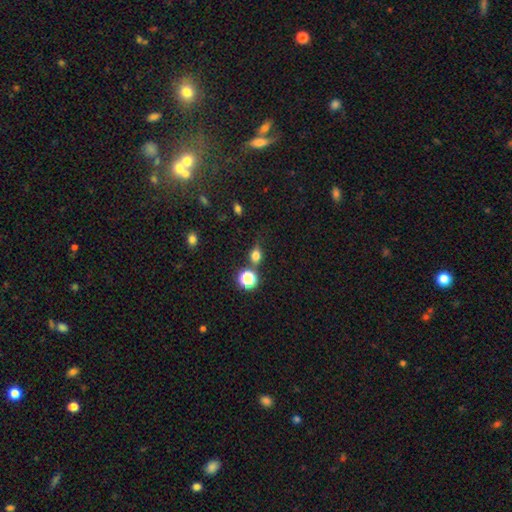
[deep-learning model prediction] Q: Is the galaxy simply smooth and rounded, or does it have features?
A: smooth — 72%.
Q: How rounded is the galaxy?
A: round — 59%.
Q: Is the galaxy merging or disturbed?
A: none — 63%.